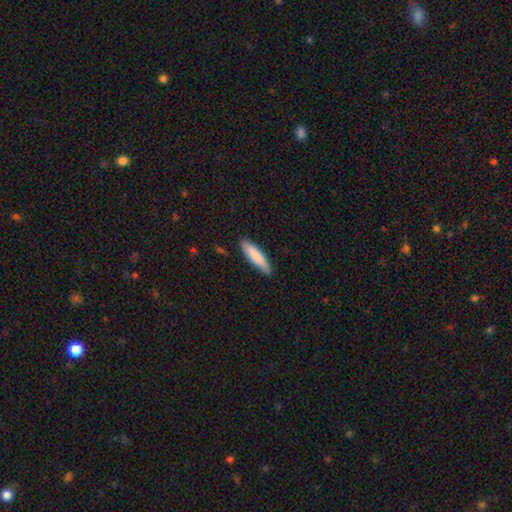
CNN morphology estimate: The model was most divided on "how rounded": cigar-shaped: 75%, in between: 24%, round: 1%. More confident: merging — none (87%); smooth or featured — smooth (84%).